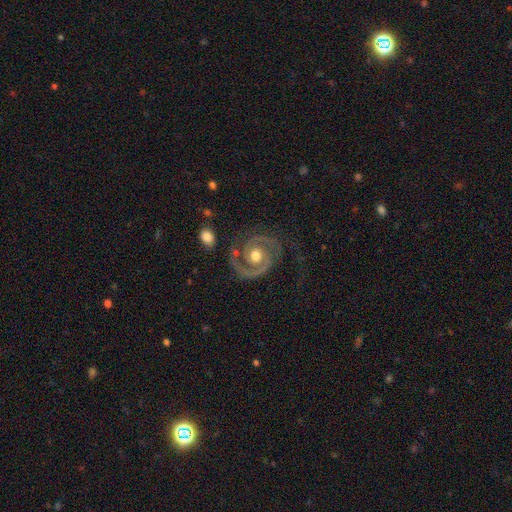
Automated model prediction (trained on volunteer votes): featured or disk 91%, smooth 4%, star or artifact 4%. Down the decision tree: edge-on disk — no (98%); bar — no (68%); spiral arms — yes (98%); spiral arm count — 2 (90%); spiral winding — tight (49%); bulge size — moderate (77%); merging — none (75%).